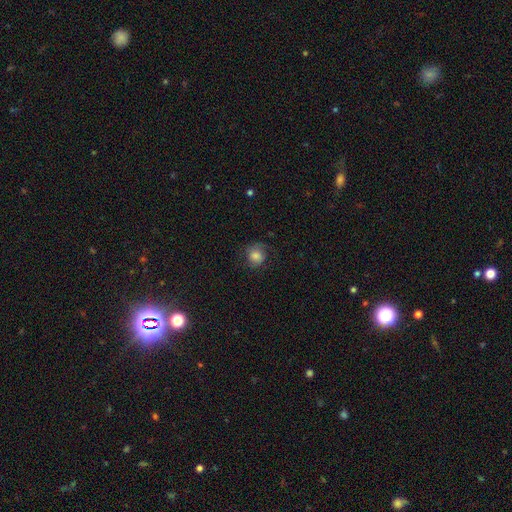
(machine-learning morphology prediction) Overall: smooth (64%; featured or disk 26%). How rounded: round (79%). Merging: none (68%).